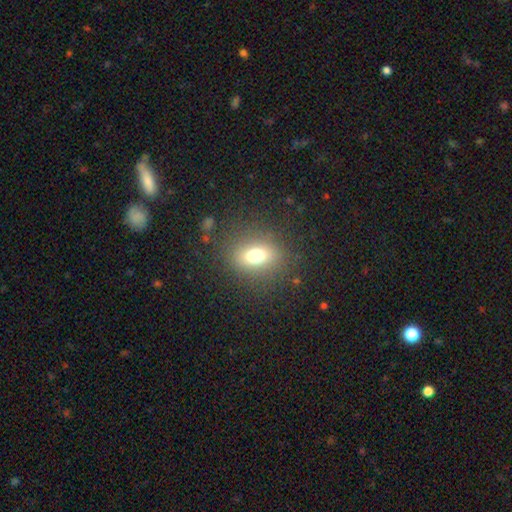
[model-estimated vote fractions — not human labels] Smooth or featured? Predicted: smooth (p=0.71). How rounded? Predicted: in between (p=0.59). Merging? Predicted: none (p=0.83).